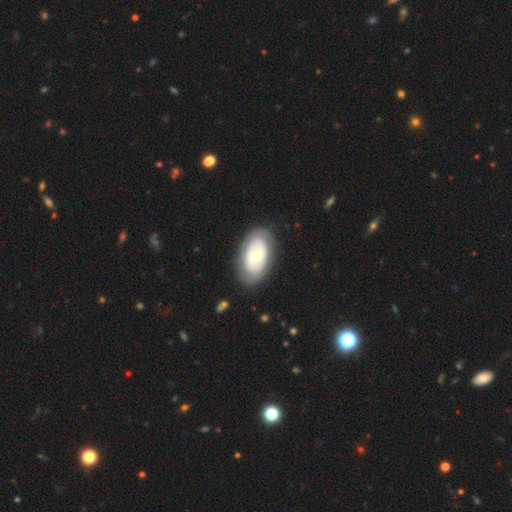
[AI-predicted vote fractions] smooth-or-featured: featured or disk: 48% | smooth: 47% | star or artifact: 5%
  merging: none: 80% | minor disturbance: 14% | major disturbance: 5% | merger: 1%